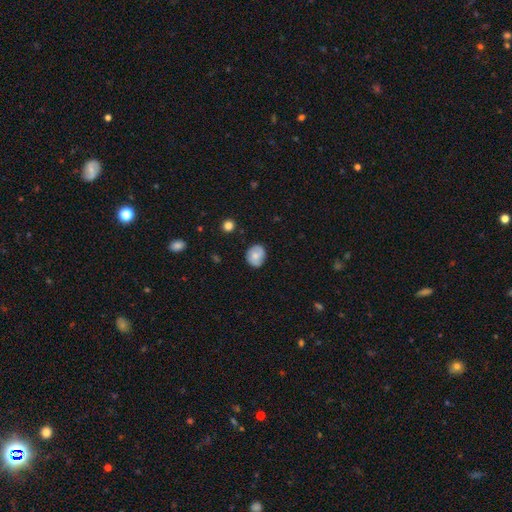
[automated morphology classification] Smooth or featured? smooth (65%)
How rounded? round (69%)
Merging? none (79%)